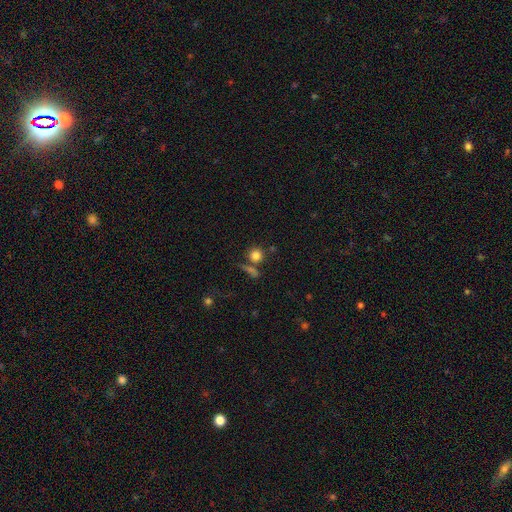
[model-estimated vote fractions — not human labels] Morphology: type=smooth (80%); roundness=round (89%); merging=none (66%).